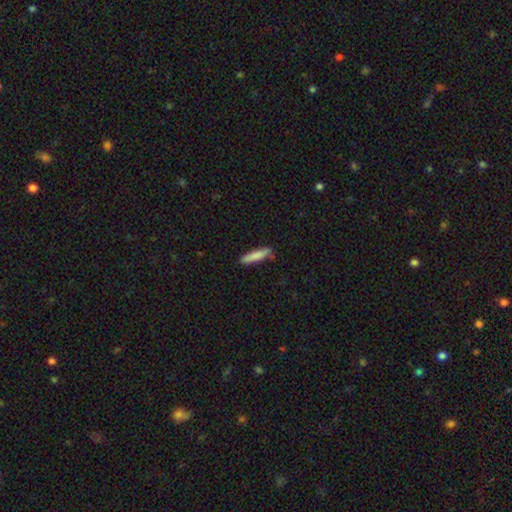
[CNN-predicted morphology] type=smooth (84%); roundness=cigar-shaped (85%); merging=none (84%).